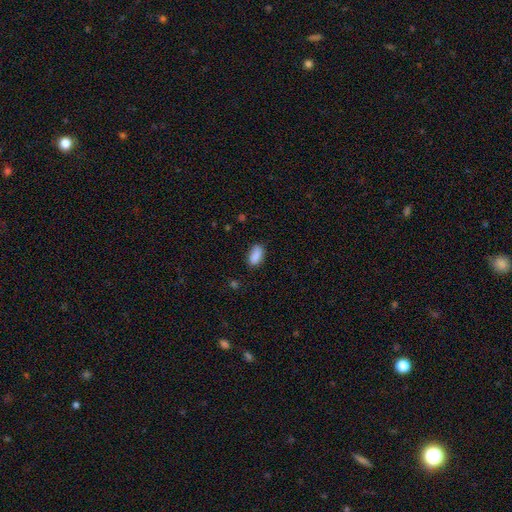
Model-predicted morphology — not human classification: The model was most divided on "merging": none: 79%, minor disturbance: 16%, major disturbance: 3%, merger: 2%. More confident: how rounded — in between (91%); smooth or featured — smooth (88%).